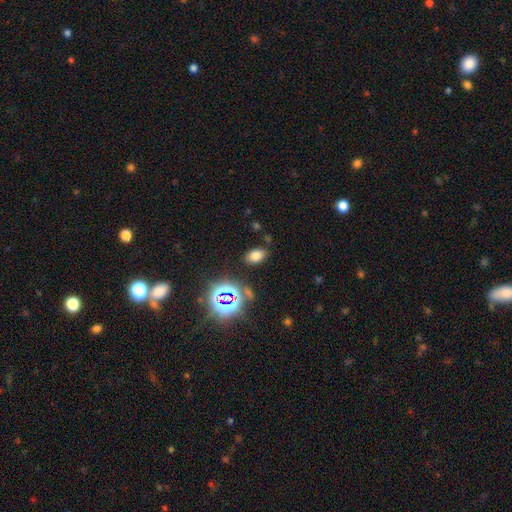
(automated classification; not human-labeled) smooth-or-featured: smooth: 70% | star or artifact: 22% | featured or disk: 8%
  how-rounded: in between: 87% | round: 11% | cigar-shaped: 2%
  merging: none: 84% | minor disturbance: 10% | major disturbance: 3% | merger: 3%